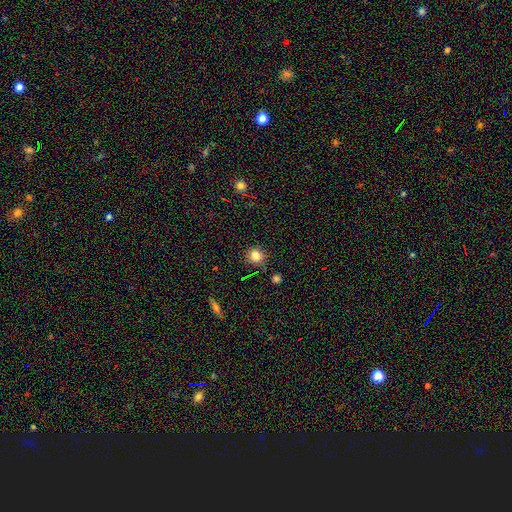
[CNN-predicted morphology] A smooth galaxy with no disk features (80%) that is round (90%). Merging: none (86%).